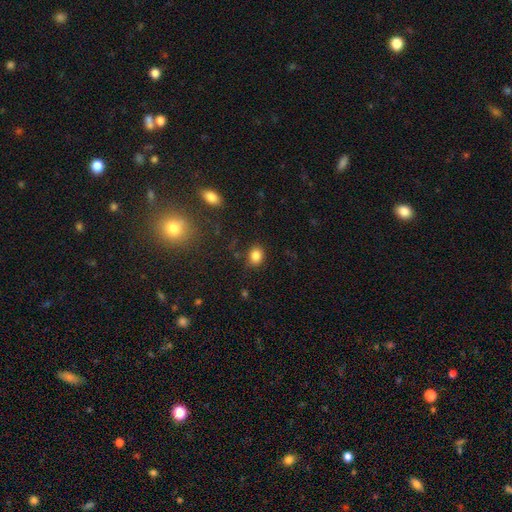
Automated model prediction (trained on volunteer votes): Overall: smooth (83%). How rounded: round (54%; in between 45%). Merging: none (81%).